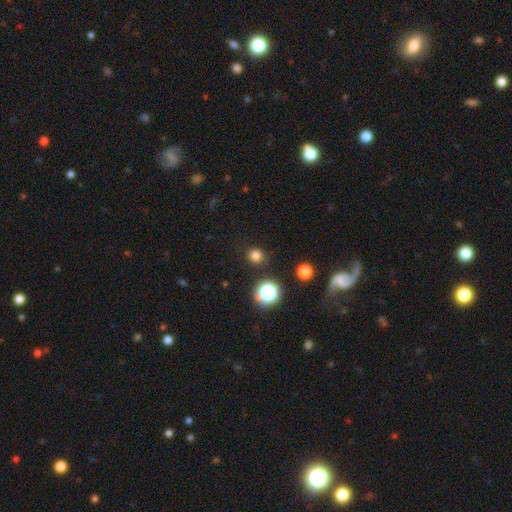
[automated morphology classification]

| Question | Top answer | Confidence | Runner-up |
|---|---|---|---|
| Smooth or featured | smooth | 77% | star or artifact (19%) |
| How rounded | round | 91% | in between (8%) |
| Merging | none | 89% | minor disturbance (6%) |